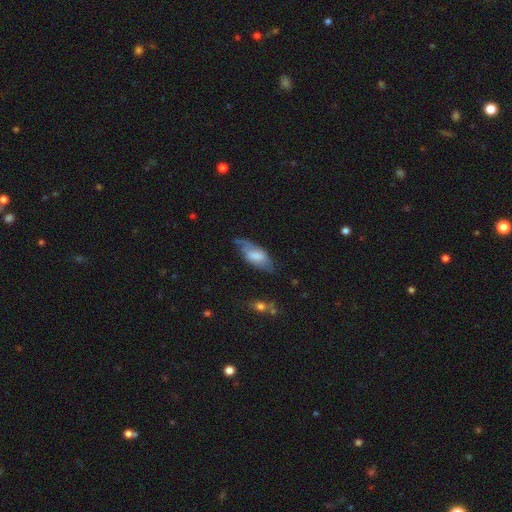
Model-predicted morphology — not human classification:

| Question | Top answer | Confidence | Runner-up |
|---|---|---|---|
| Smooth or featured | smooth | 52% | featured or disk (41%) |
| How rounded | in between | 85% | cigar-shaped (13%) |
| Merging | none | 46% | minor disturbance (33%) |